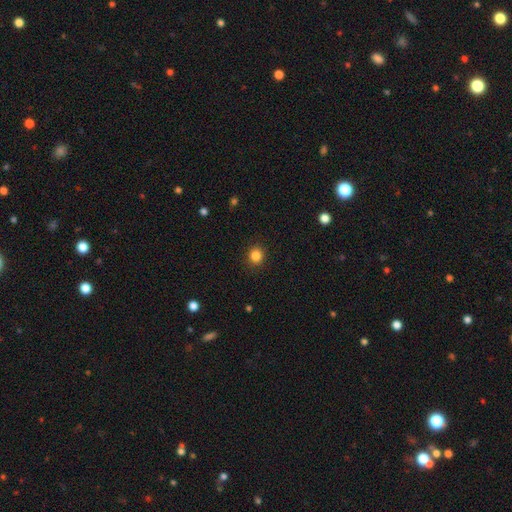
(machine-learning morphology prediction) Smooth or featured?
  - smooth: 85% *
  - star or artifact: 11%
  - featured or disk: 4%
How rounded?
  - round: 87% *
  - in between: 12%
  - cigar-shaped: 1%
Merging?
  - none: 91% *
  - minor disturbance: 6%
  - major disturbance: 2%
  - merger: 1%